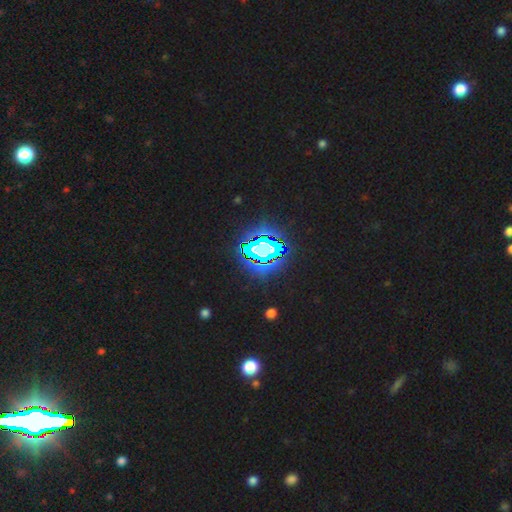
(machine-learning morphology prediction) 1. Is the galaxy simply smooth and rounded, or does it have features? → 86% star or artifact, 9% smooth, 6% featured or disk.